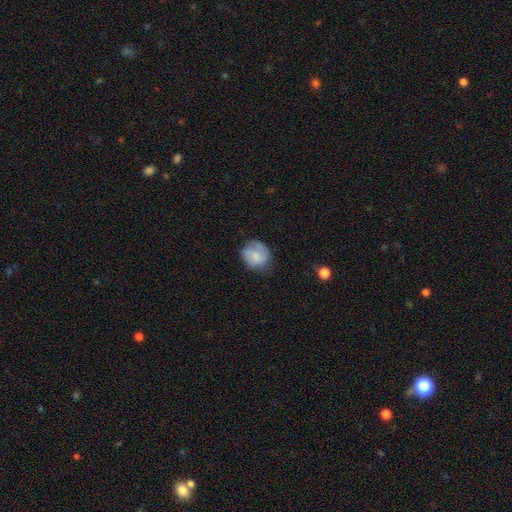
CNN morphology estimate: Smooth or featured? smooth (71%)
How rounded? round (78%)
Merging? none (64%)